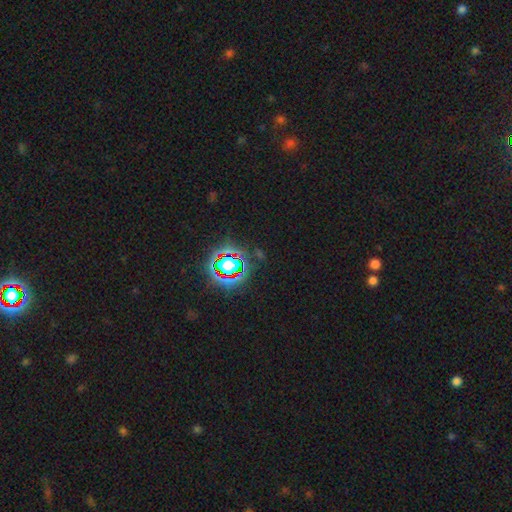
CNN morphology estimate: This appears to be a star or artifact, not a galaxy (76%).